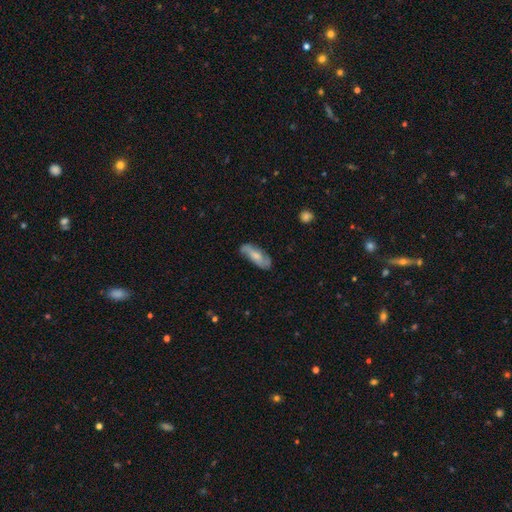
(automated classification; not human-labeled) Smooth or featured? smooth (48%)
Merging? none (67%)